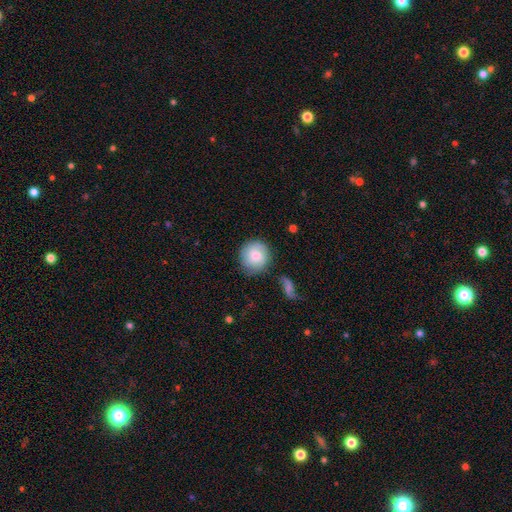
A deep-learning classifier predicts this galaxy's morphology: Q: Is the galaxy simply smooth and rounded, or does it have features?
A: smooth — 69%.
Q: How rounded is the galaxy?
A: round — 90%.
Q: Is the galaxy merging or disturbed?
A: none — 76%.